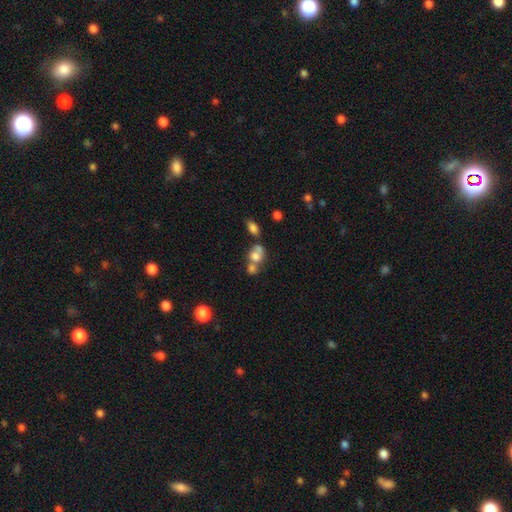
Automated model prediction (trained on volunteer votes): Smooth or featured: smooth — 69% (featured or disk — 19%)
How rounded: round — 54% (in between — 44%)
Merging: merger — 58% (none — 26%)